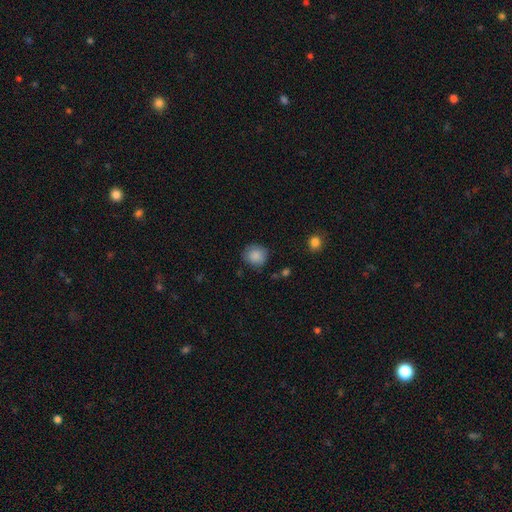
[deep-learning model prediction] Smooth or featured? smooth (87%)
How rounded? round (83%)
Merging? none (79%)